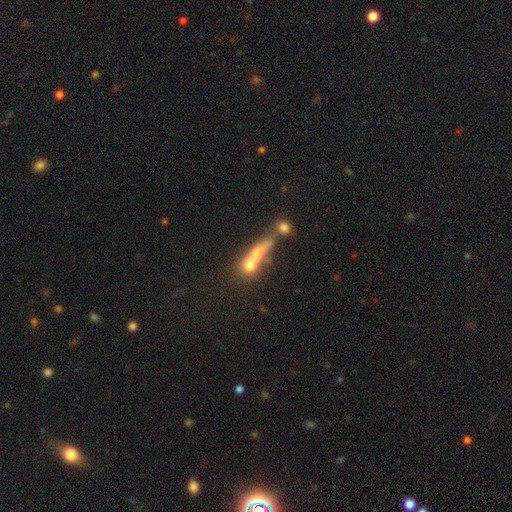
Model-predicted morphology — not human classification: Smooth or featured? Predicted: smooth (p=0.52). How rounded? Predicted: cigar-shaped (p=0.47). Merging? Predicted: merger (p=0.48).